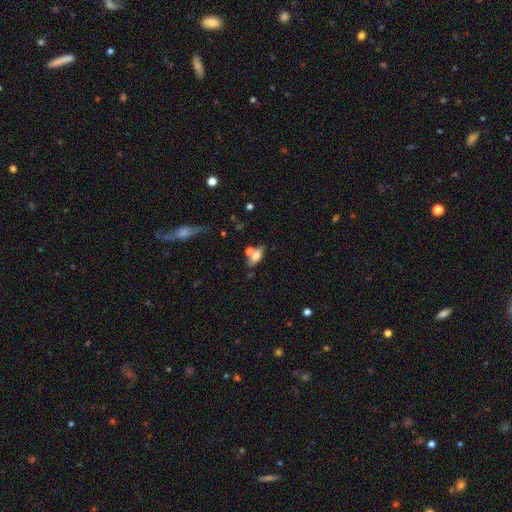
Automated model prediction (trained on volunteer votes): smooth-or-featured: smooth: 65% | featured or disk: 27% | star or artifact: 9%
  how-rounded: in between: 76% | cigar-shaped: 19% | round: 5%
  merging: none: 57% | merger: 25% | minor disturbance: 13% | major disturbance: 5%